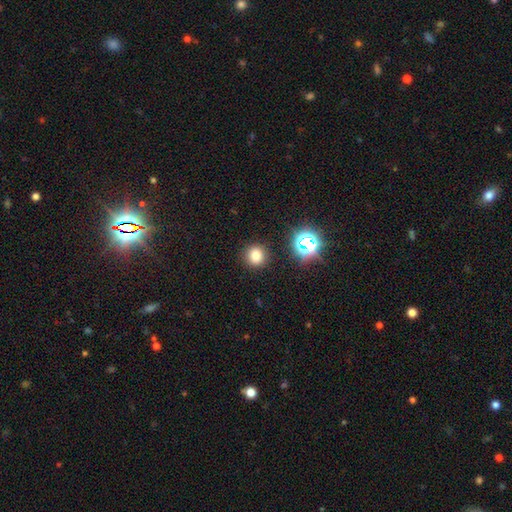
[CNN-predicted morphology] smooth-or-featured: smooth: 75% | star or artifact: 18% | featured or disk: 6%
  how-rounded: round: 91% | in between: 8% | cigar-shaped: 1%
  merging: none: 89% | minor disturbance: 7% | major disturbance: 3% | merger: 2%